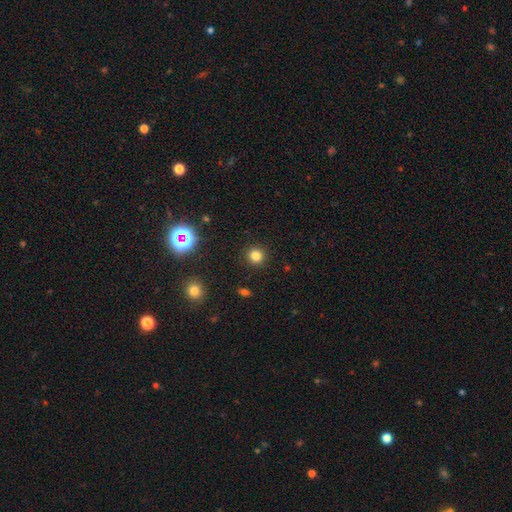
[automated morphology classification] Smooth or featured? Predicted: smooth (p=0.81). How rounded? Predicted: round (p=0.91). Merging? Predicted: none (p=0.91).